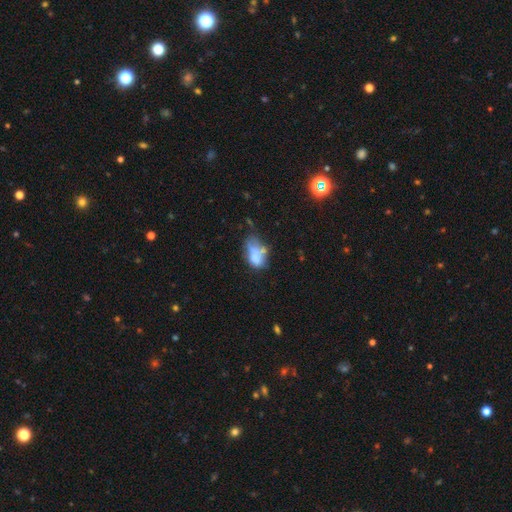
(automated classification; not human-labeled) smooth_or_featured: smooth (p=0.64) [alt: featured or disk p=0.25]
how_rounded: in between (p=0.88) [alt: round p=0.09]
merging: minor disturbance (p=0.28) [alt: major disturbance p=0.26]